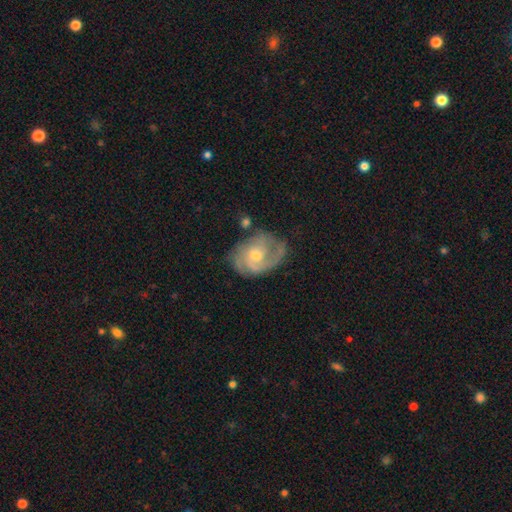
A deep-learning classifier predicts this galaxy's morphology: Q: Smooth or featured?
A: featured or disk (81%); runner-up: smooth (13%)
Q: Edge-on disk?
A: no (97%); runner-up: yes (3%)
Q: Bar?
A: no (64%); runner-up: weak (31%)
Q: Spiral arms?
A: yes (93%); runner-up: no (7%)
Q: Spiral winding?
A: tight (47%); runner-up: medium (40%)
Q: Spiral arm count?
A: 2 (38%); runner-up: 3 (23%)
Q: Bulge size?
A: moderate (56%); runner-up: small (39%)
Q: Merging?
A: none (60%); runner-up: minor disturbance (24%)